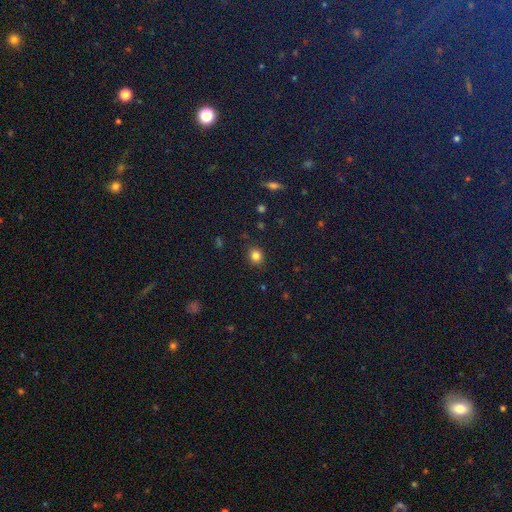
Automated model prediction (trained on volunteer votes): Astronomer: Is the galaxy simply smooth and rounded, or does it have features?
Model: smooth — 82%.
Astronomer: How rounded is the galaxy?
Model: round — 80%.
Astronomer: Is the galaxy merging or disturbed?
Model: none — 86%.